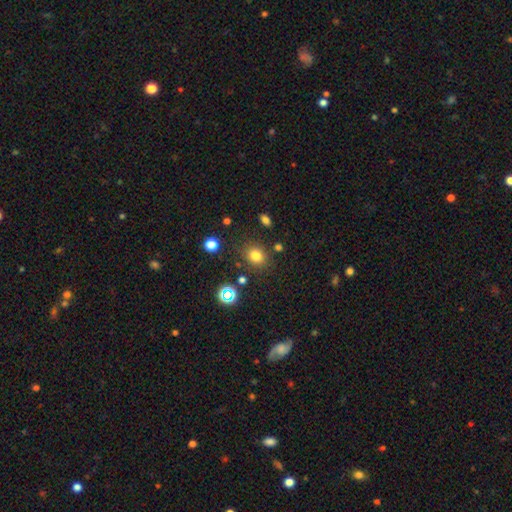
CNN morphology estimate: Smooth or featured? Predicted: smooth (p=0.76). How rounded? Predicted: round (p=0.65). Merging? Predicted: none (p=0.80).